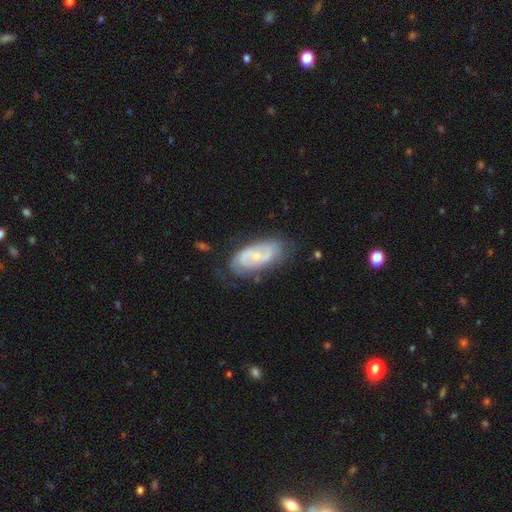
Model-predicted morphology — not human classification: Smooth or featured: featured or disk — 72% (smooth — 22%)
Edge-on disk: no — 94% (yes — 6%)
Bar: no — 55% (weak — 35%)
Spiral arms: yes — 83% (no — 17%)
Spiral winding: medium — 41% (tight — 38%)
Spiral arm count: 2 — 66% (can't tell — 23%)
Bulge size: small — 66% (moderate — 29%)
Merging: none — 68% (minor disturbance — 22%)